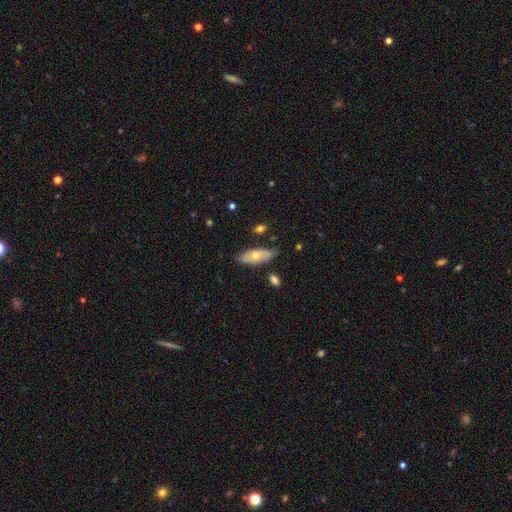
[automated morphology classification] Smooth or featured?
  - smooth: 54% *
  - featured or disk: 40%
  - star or artifact: 6%
How rounded?
  - in between: 80% *
  - cigar-shaped: 16%
  - round: 3%
Merging?
  - none: 74% *
  - minor disturbance: 19%
  - major disturbance: 3%
  - merger: 3%